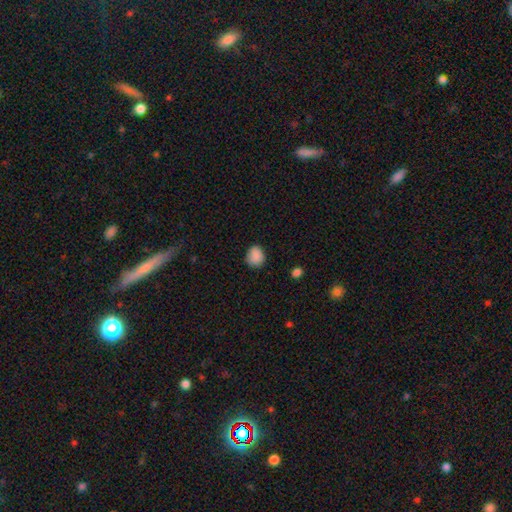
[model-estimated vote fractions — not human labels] Smooth or featured: smooth — 87% (star or artifact — 9%)
How rounded: round — 70% (in between — 29%)
Merging: none — 77% (minor disturbance — 19%)